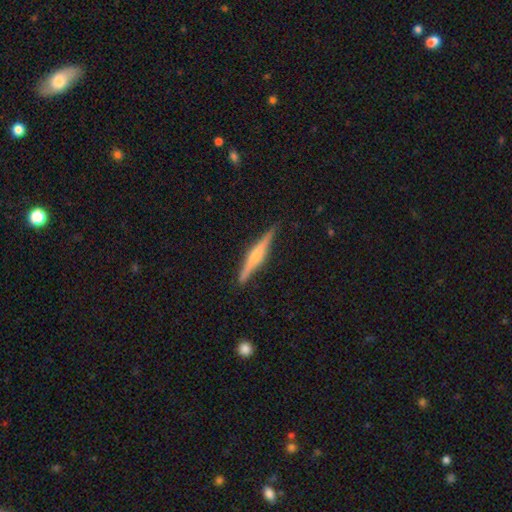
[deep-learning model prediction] Smooth or featured? Predicted: featured or disk (p=0.67). Edge-on disk? Predicted: yes (p=0.98). Edge-on bulge? Predicted: rounded (p=0.73). Merging? Predicted: none (p=0.89).